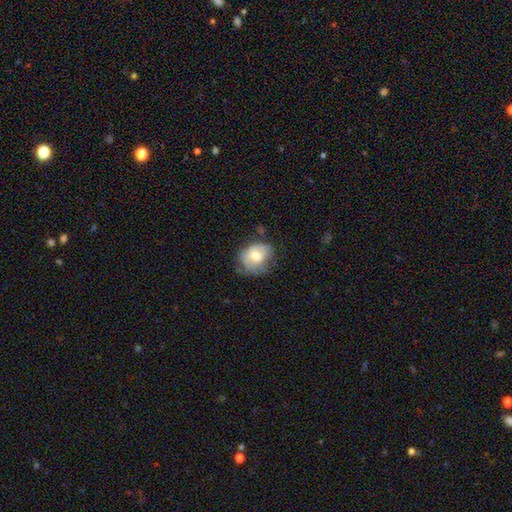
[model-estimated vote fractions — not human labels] smooth_or_featured: smooth (p=0.59) [alt: featured or disk p=0.33]
how_rounded: in between (p=0.58) [alt: round p=0.41]
merging: none (p=0.45) [alt: minor disturbance p=0.35]